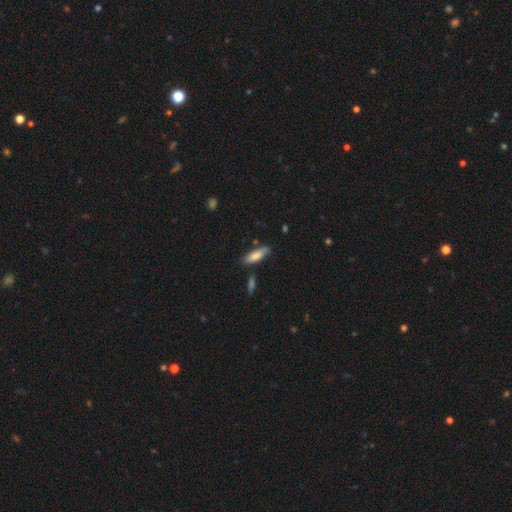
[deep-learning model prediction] A smooth galaxy with no disk features (77%) that is in between round and cigar-shaped (61%). Merging: none (68%).